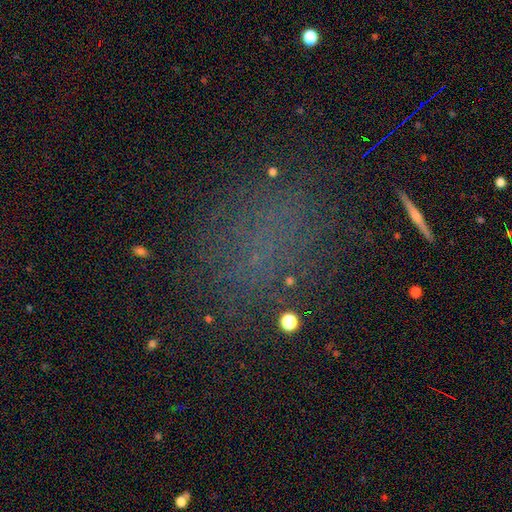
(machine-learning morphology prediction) Q: Smooth or featured?
A: star or artifact (43%); runner-up: smooth (42%)